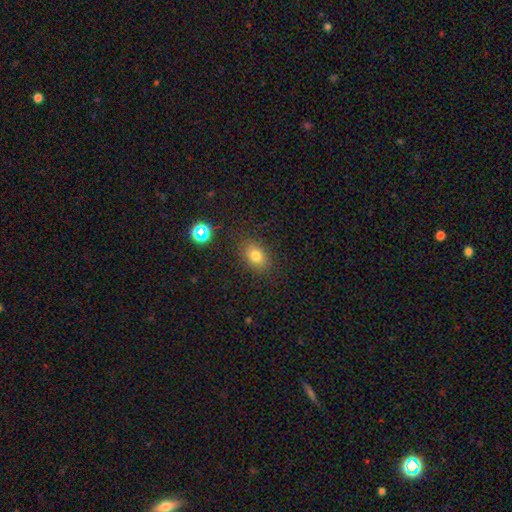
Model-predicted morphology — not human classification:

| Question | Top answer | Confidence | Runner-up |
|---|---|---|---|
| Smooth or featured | smooth | 77% | star or artifact (15%) |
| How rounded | in between | 69% | round (30%) |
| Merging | none | 83% | minor disturbance (11%) |